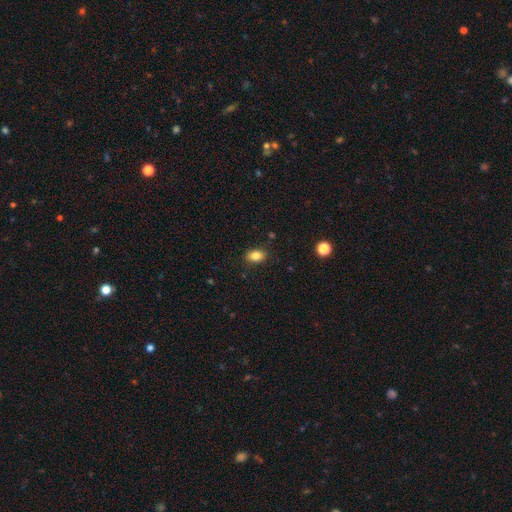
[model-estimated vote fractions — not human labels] smooth 85%, star or artifact 9%, featured or disk 6%. Down the decision tree: how rounded — in between (85%); merging — none (86%).